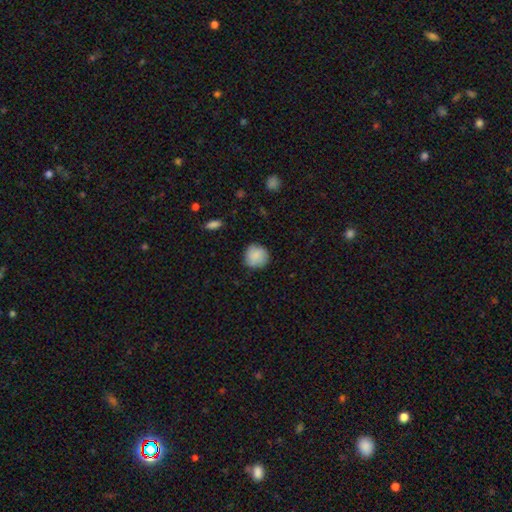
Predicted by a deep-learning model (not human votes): Overall: smooth (84%). How rounded: round (91%). Merging: none (81%).